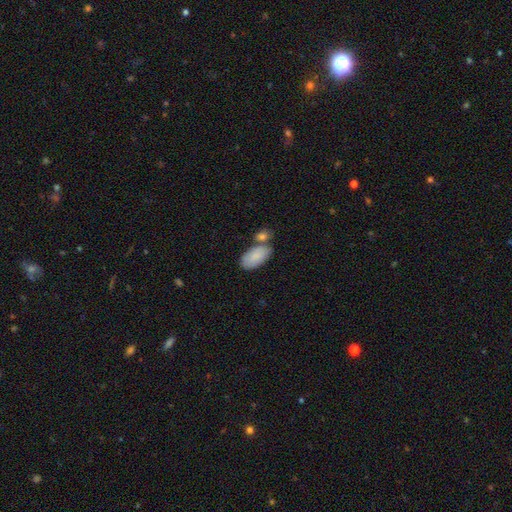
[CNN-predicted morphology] smooth 84%, featured or disk 10%, star or artifact 6%. Down the decision tree: how rounded — in between (94%); merging — none (53%).